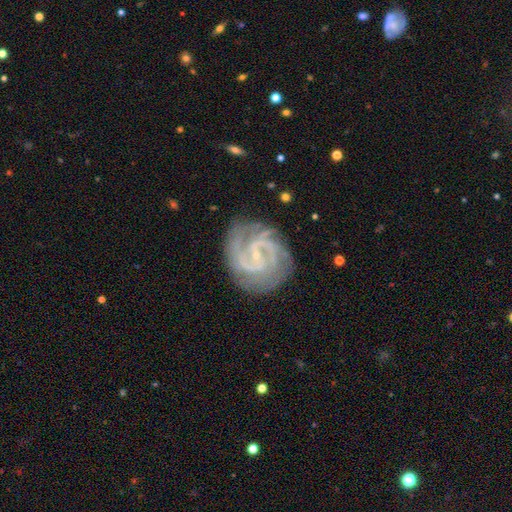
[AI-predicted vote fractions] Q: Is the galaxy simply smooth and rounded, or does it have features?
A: featured or disk — 89%.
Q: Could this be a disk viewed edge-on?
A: no — 98%.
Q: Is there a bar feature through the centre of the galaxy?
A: weak — 47%.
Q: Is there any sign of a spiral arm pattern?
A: yes — 98%.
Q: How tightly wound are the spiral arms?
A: tight — 54%.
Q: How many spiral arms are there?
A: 2 — 48%.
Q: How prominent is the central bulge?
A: small — 74%.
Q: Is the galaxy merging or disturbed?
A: none — 78%.